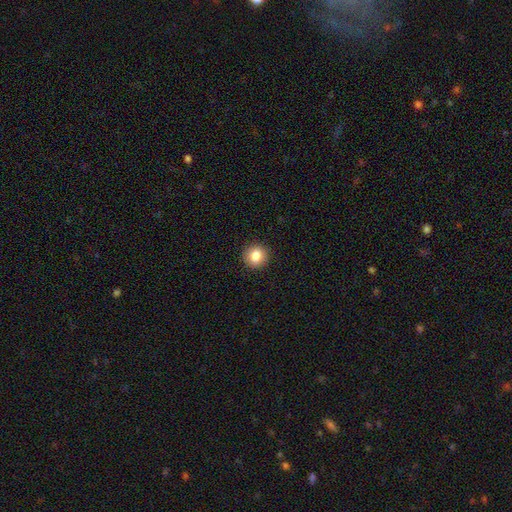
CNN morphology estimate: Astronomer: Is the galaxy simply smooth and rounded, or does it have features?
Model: smooth — 84%.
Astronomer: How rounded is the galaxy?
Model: round — 87%.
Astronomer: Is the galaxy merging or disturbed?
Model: none — 91%.